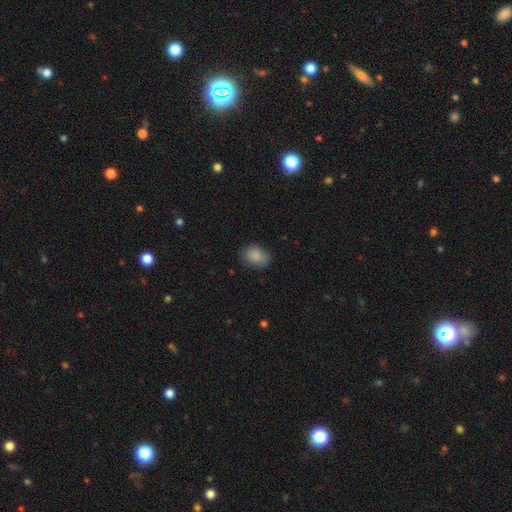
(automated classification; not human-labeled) A smooth galaxy with no disk features (87%) that is in between round and cigar-shaped (69%).

Vote fractions:
- Smooth or featured? smooth: 87% / star or artifact: 8% / featured or disk: 5%
- How rounded? in between: 69% / round: 30% / cigar-shaped: 1%
- Merging? none: 81% / minor disturbance: 15% / major disturbance: 3% / merger: 1%